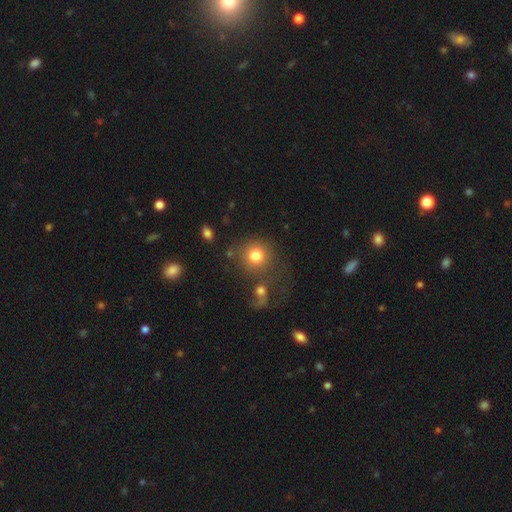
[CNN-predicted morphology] smooth-or-featured: smooth: 79% | star or artifact: 11% | featured or disk: 10%
  how-rounded: round: 89% | in between: 10% | cigar-shaped: 1%
  merging: none: 62% | merger: 18% | minor disturbance: 12% | major disturbance: 8%